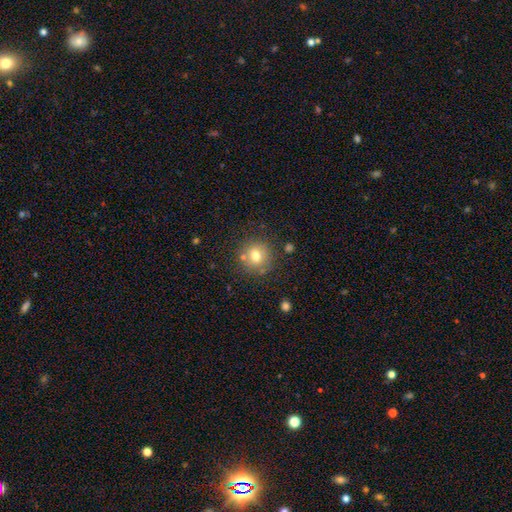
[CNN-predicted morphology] Smooth or featured: smooth — 72% (featured or disk — 15%)
How rounded: round — 90% (in between — 9%)
Merging: none — 77% (minor disturbance — 11%)